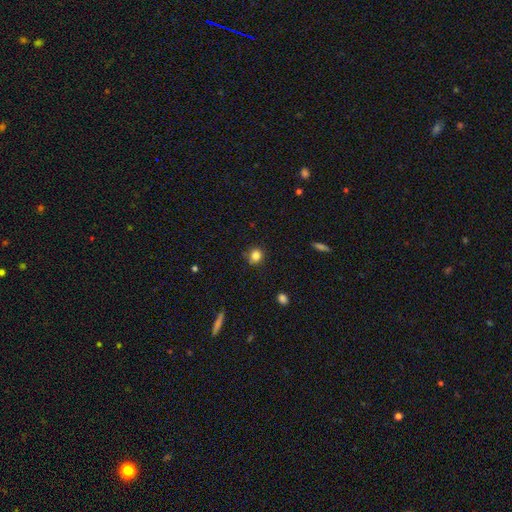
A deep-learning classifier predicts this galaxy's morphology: smooth 83%, star or artifact 11%, featured or disk 6%. Down the decision tree: how rounded — round (79%); merging — none (79%).